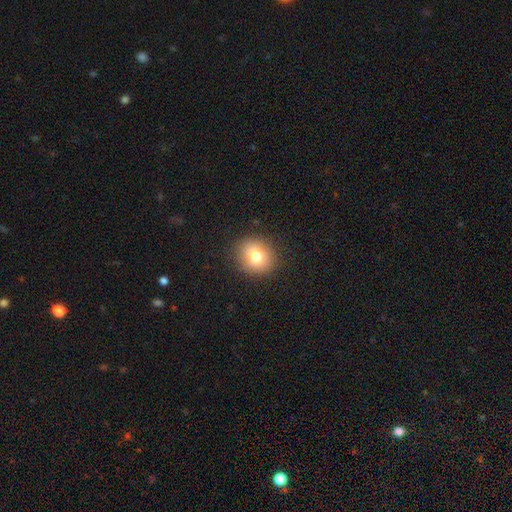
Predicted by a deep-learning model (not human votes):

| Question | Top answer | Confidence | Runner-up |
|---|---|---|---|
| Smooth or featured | smooth | 79% | star or artifact (11%) |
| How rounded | round | 76% | in between (23%) |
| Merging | none | 89% | minor disturbance (7%) |